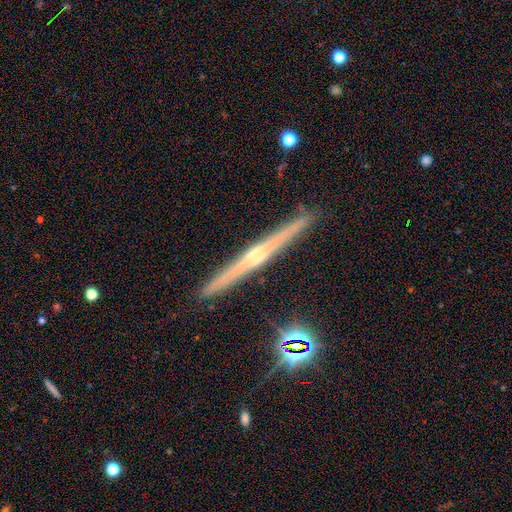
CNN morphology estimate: Q: Smooth or featured?
A: featured or disk (77%); runner-up: smooth (15%)
Q: Edge-on disk?
A: yes (98%); runner-up: no (2%)
Q: Edge-on bulge?
A: rounded (75%); runner-up: none (19%)
Q: Merging?
A: none (92%); runner-up: minor disturbance (6%)